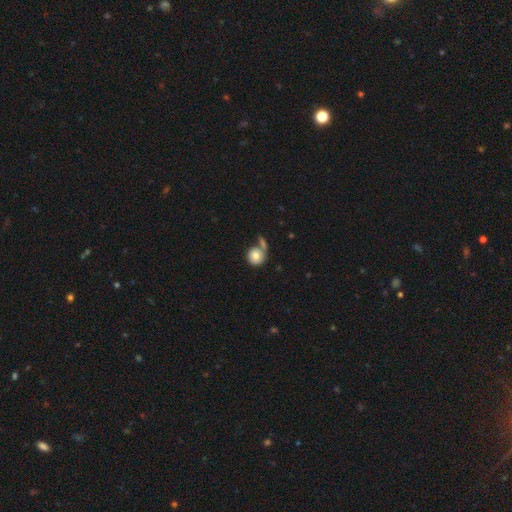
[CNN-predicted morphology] smooth-or-featured: smooth: 75% | featured or disk: 18% | star or artifact: 7%
  how-rounded: round: 89% | in between: 10% | cigar-shaped: 1%
  merging: none: 47% | merger: 28% | minor disturbance: 14% | major disturbance: 11%